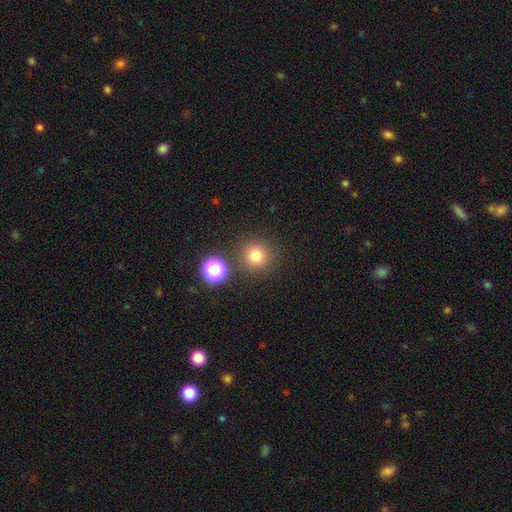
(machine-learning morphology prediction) smooth_or_featured: smooth (p=0.78) [alt: star or artifact p=0.16]
how_rounded: round (p=0.93) [alt: in between p=0.06]
merging: none (p=0.84) [alt: minor disturbance p=0.07]